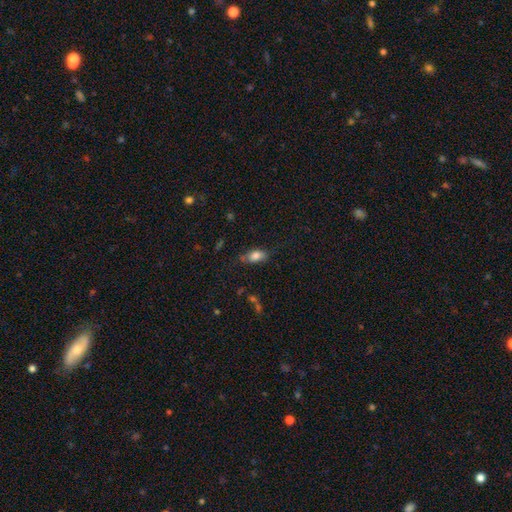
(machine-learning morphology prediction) Smooth or featured: smooth — 79% (featured or disk — 13%)
How rounded: in between — 86% (cigar-shaped — 8%)
Merging: none — 66% (minor disturbance — 24%)